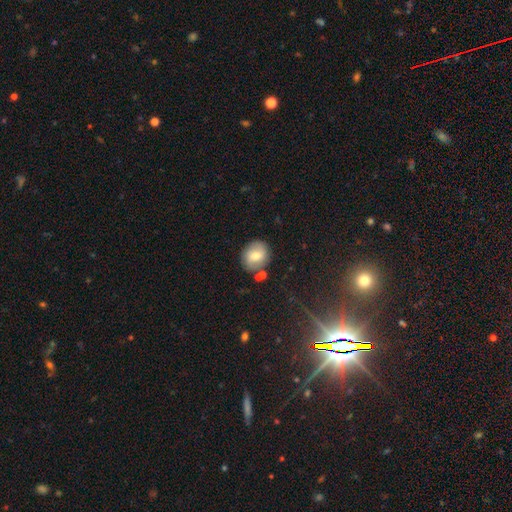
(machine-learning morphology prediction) Q: Smooth or featured?
A: smooth (68%); runner-up: featured or disk (23%)
Q: How rounded?
A: round (71%); runner-up: in between (28%)
Q: Merging?
A: none (79%); runner-up: minor disturbance (12%)